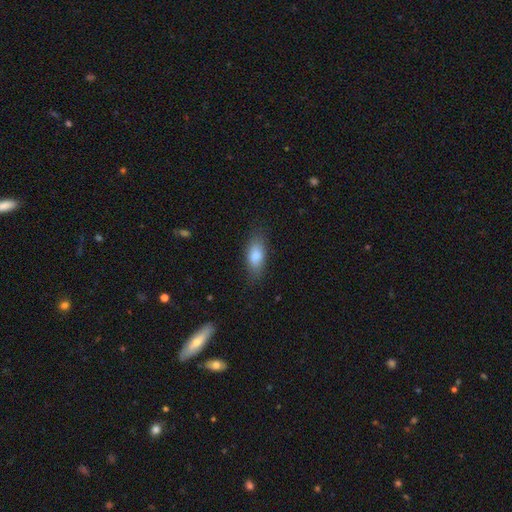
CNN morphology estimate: Overall: smooth (83%). How rounded: in between (81%). Merging: none (80%).